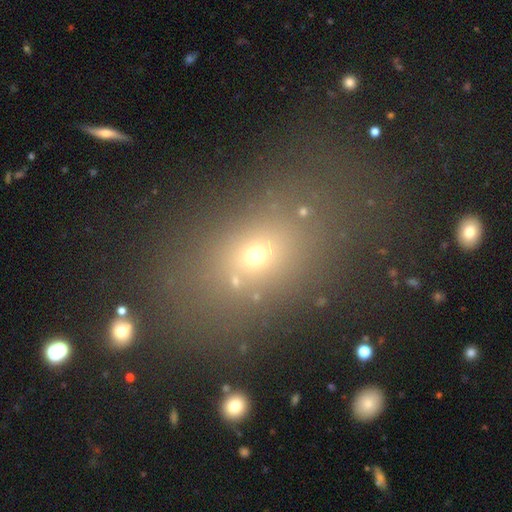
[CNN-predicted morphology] This appears to be a smooth galaxy with no disk features (62%) that is in between round and cigar-shaped (69%). Merging: none (72%).